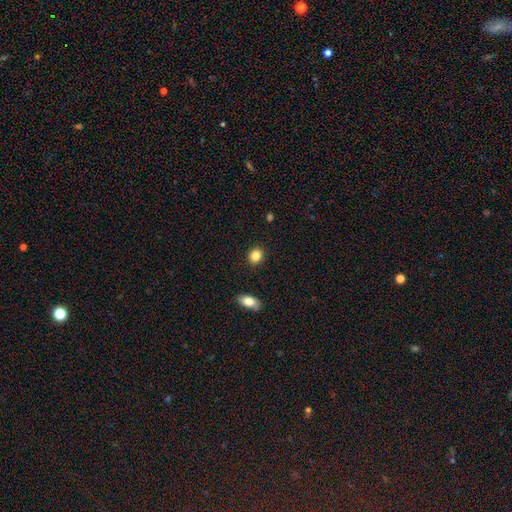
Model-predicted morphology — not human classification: The model was most divided on "how rounded": round: 66%, in between: 33%, cigar-shaped: 1%. More confident: merging — none (90%); smooth or featured — smooth (85%).